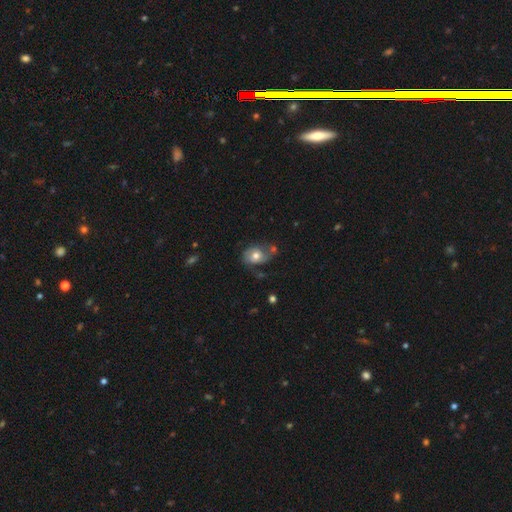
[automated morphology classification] smooth_or_featured: smooth (p=0.53) [alt: featured or disk p=0.39]
how_rounded: in between (p=0.62) [alt: round p=0.36]
merging: none (p=0.46) [alt: minor disturbance p=0.25]